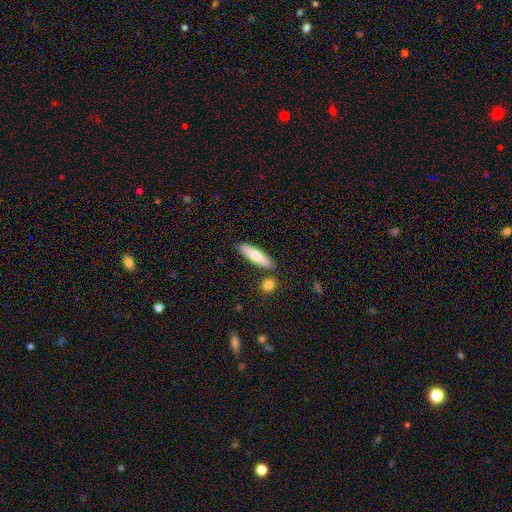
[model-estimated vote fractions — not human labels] Smooth or featured? smooth (68%)
How rounded? cigar-shaped (73%)
Merging? none (83%)